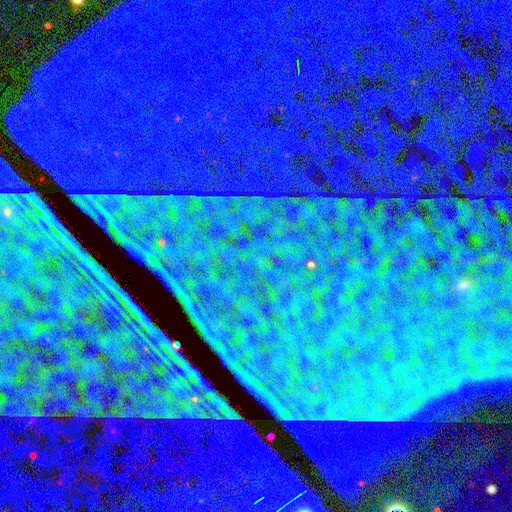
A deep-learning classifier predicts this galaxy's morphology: Overall: star or artifact (87%).